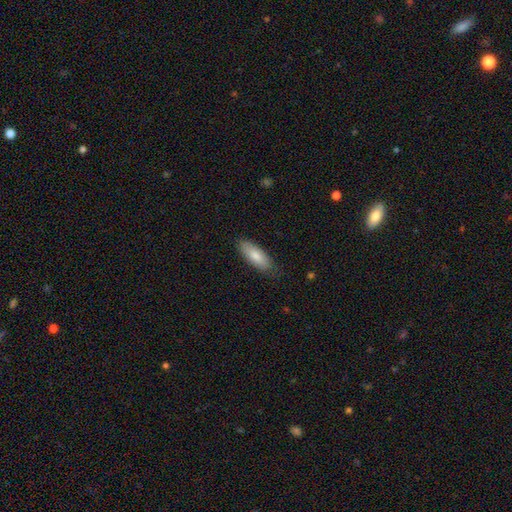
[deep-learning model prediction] Morphology: type=smooth (82%); roundness=in between (71%); merging=none (81%).